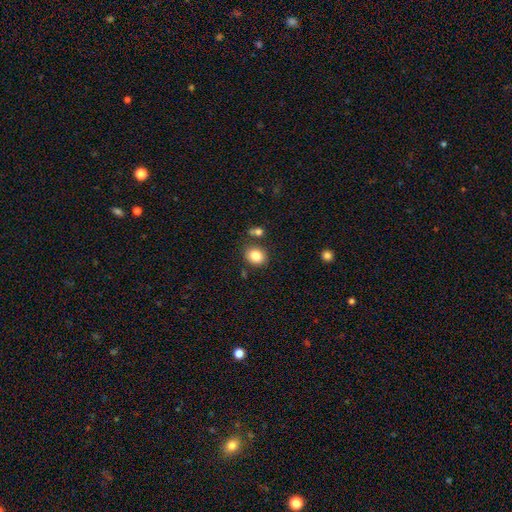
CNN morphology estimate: smooth 83%, star or artifact 9%, featured or disk 8%. Down the decision tree: how rounded — round (64%); merging — none (79%).